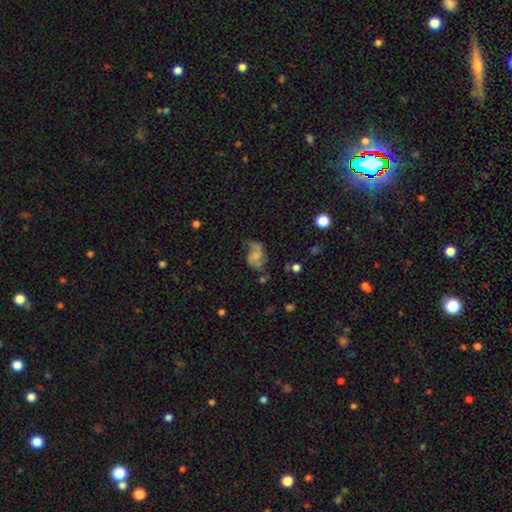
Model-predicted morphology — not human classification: smooth-or-featured: featured or disk: 46% | smooth: 43% | star or artifact: 11%
  merging: none: 37% | minor disturbance: 30% | major disturbance: 26% | merger: 6%